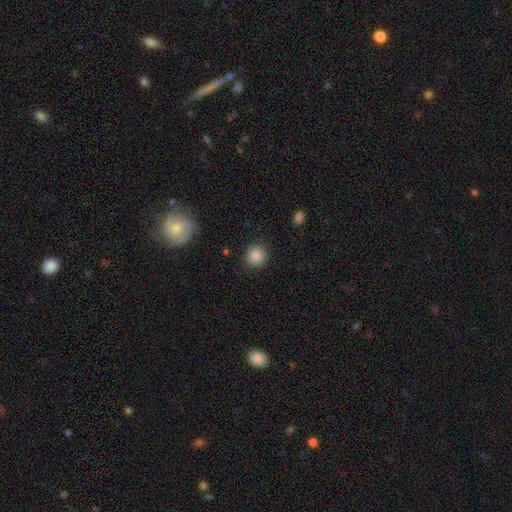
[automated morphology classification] Smooth or featured? smooth (87%)
How rounded? round (89%)
Merging? none (88%)